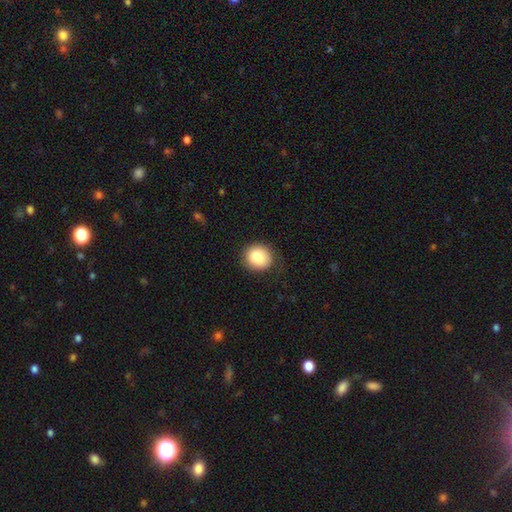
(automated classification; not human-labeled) Smooth or featured? smooth (85%)
How rounded? round (79%)
Merging? none (80%)